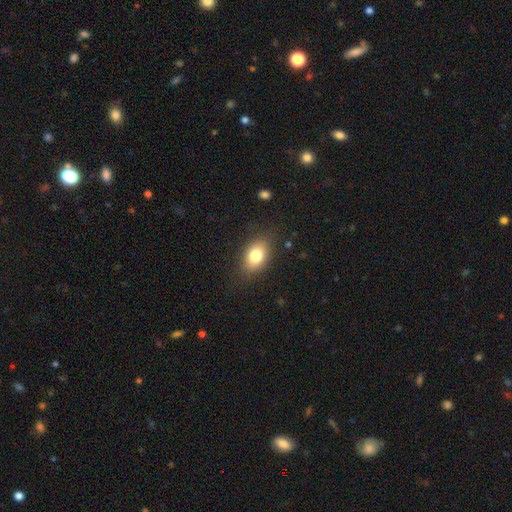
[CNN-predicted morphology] Q: Smooth or featured?
A: smooth (79%); runner-up: featured or disk (12%)
Q: How rounded?
A: in between (84%); runner-up: round (14%)
Q: Merging?
A: none (83%); runner-up: minor disturbance (12%)